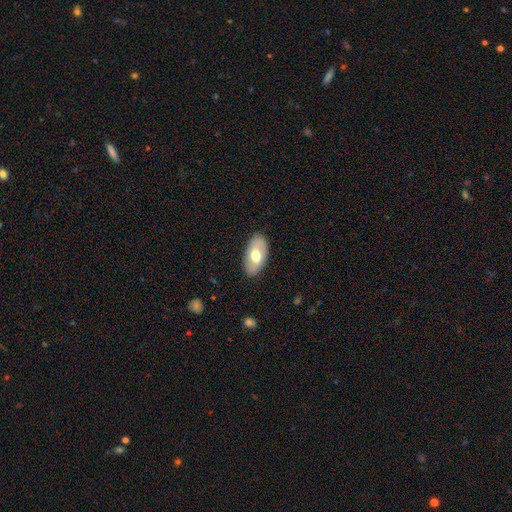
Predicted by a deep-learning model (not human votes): smooth 53%, featured or disk 42%, star or artifact 5%. Down the decision tree: how rounded — in between (93%); merging — none (85%).